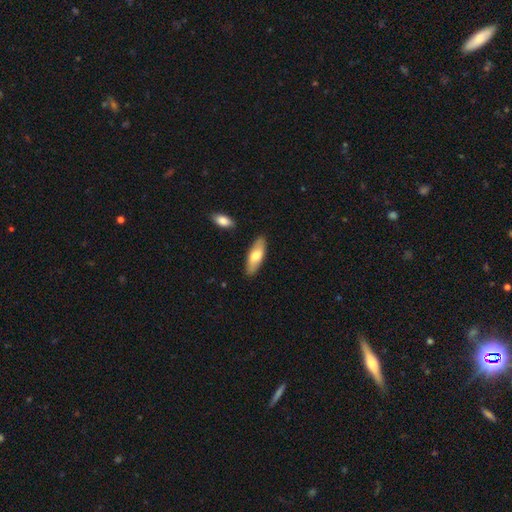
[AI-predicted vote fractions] Smooth or featured? smooth (69%)
How rounded? in between (67%)
Merging? none (85%)